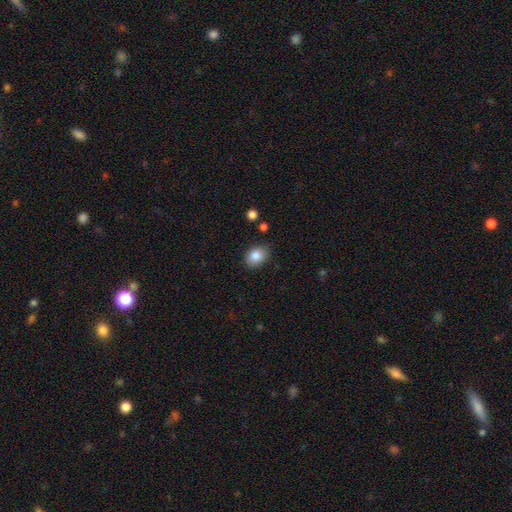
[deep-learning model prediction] Smooth or featured? Predicted: smooth (p=0.85). How rounded? Predicted: in between (p=0.75). Merging? Predicted: none (p=0.85).